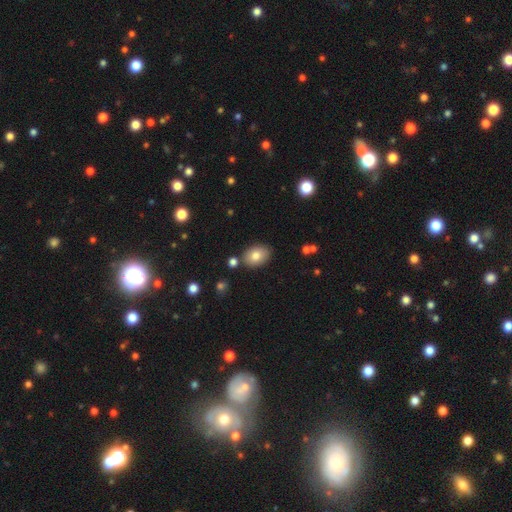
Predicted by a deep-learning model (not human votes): Smooth or featured? smooth (80%)
How rounded? in between (78%)
Merging? none (83%)